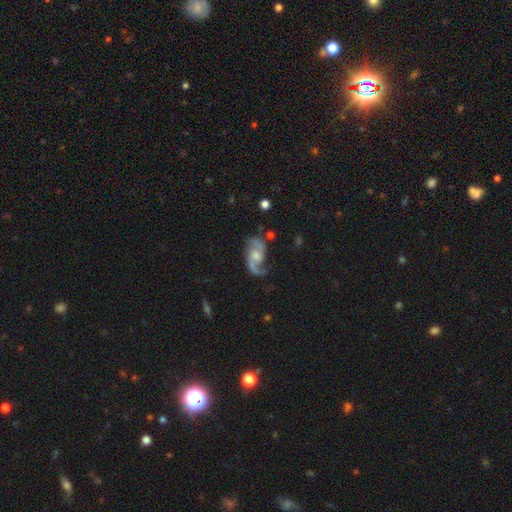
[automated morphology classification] This is clearly a featured or disk galaxy (88%). It is clearly not viewed edge-on (97%). Bar: possibly no (51%). Spiral arm pattern: clearly yes (97%). Spiral arm count: clearly 2 (89%). Spiral winding: possibly medium (48%). Central bulge: possibly moderate (50%). Merging: likely none (65%).